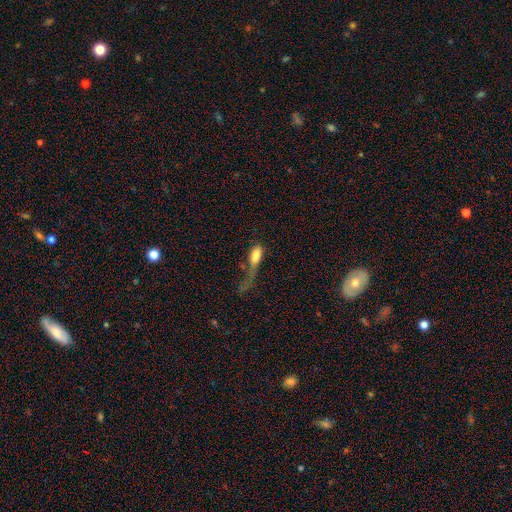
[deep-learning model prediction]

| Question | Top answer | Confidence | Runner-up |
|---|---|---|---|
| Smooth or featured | smooth | 74% | featured or disk (16%) |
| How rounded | in between | 75% | cigar-shaped (20%) |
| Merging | major disturbance | 52% | none (19%) |